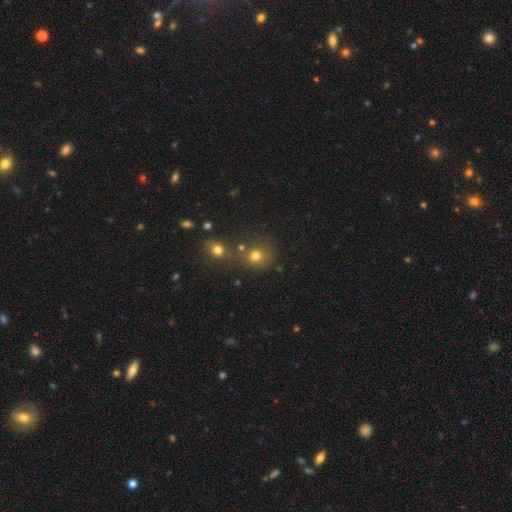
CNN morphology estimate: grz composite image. It shows a smooth galaxy with no disk features (74%) that is round (85%). Merging: none (56%).